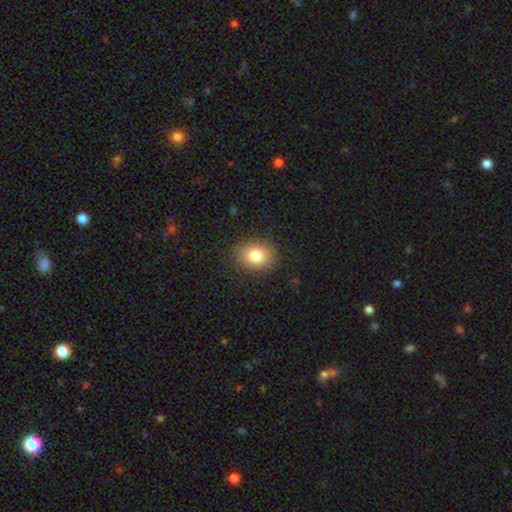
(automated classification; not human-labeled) A smooth galaxy with no disk features (80%) that is round (52%). Merging: none (87%).